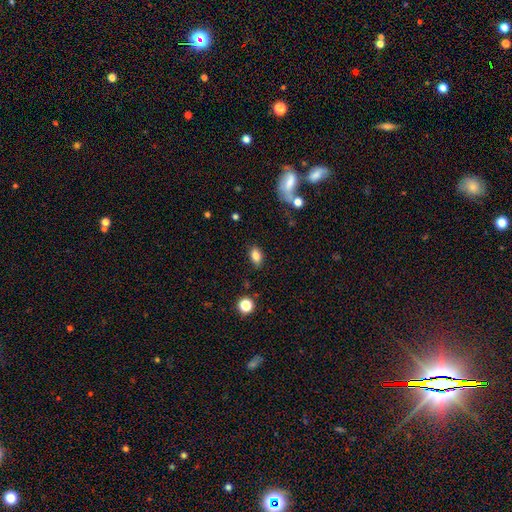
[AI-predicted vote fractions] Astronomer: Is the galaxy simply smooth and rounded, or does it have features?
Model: smooth — 83%.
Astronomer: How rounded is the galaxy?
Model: in between — 86%.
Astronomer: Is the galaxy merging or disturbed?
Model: none — 85%.